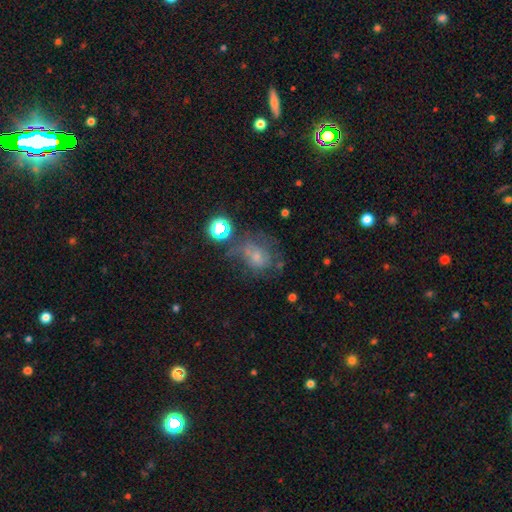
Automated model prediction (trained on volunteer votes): smooth_or_featured: smooth (p=0.41) [alt: featured or disk p=0.36]
merging: none (p=0.37) [alt: major disturbance p=0.29]